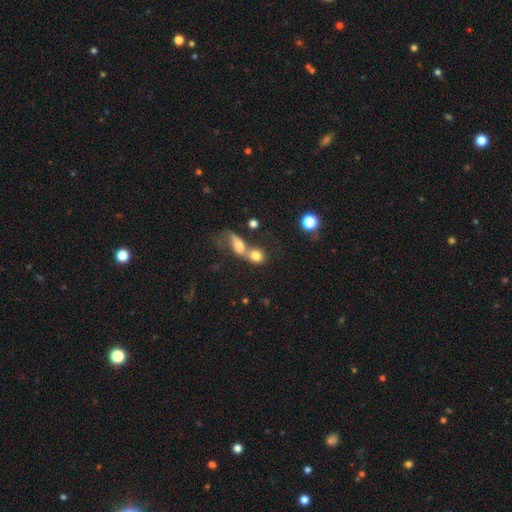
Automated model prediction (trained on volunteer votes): smooth-or-featured: smooth: 73% | featured or disk: 16% | star or artifact: 11%
  how-rounded: round: 60% | in between: 37% | cigar-shaped: 3%
  merging: merger: 66% | none: 20% | minor disturbance: 7% | major disturbance: 7%